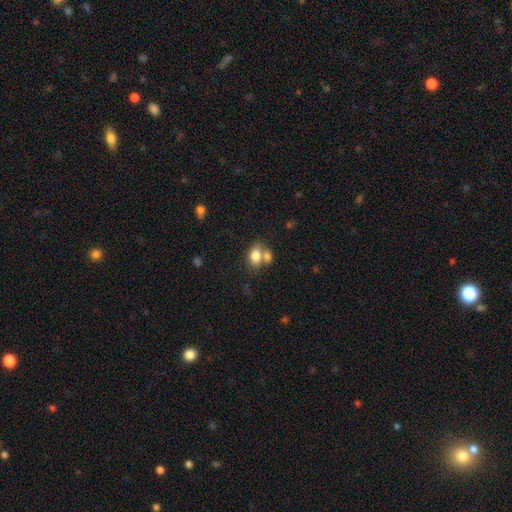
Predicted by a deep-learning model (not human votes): Smooth or featured? Predicted: smooth (p=0.80). How rounded? Predicted: in between (p=0.73). Merging? Predicted: merger (p=0.44).